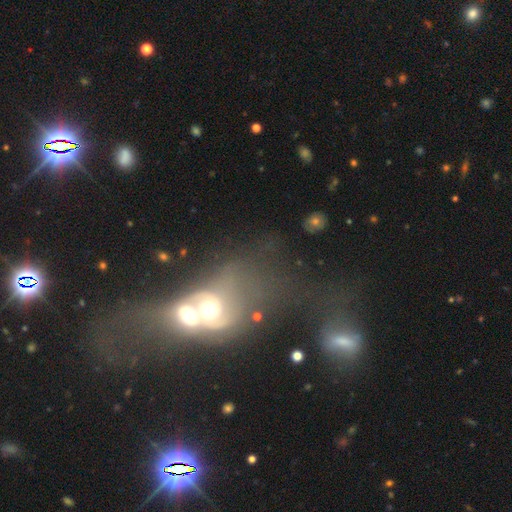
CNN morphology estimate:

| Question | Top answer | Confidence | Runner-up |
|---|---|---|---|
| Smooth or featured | smooth | 39% | featured or disk (34%) |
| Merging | merger | 72% | major disturbance (13%) |